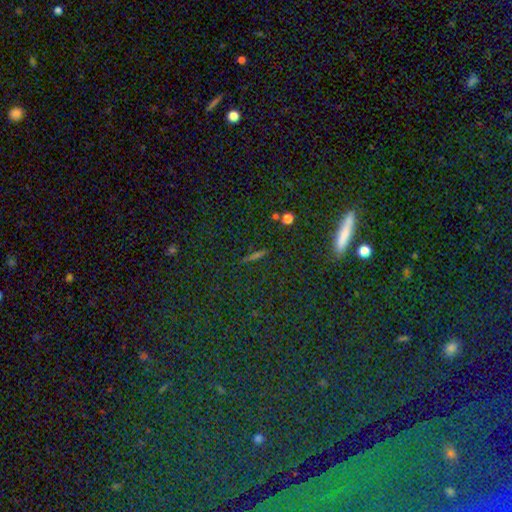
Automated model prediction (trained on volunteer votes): Q: Smooth or featured?
A: star or artifact (45%); runner-up: smooth (36%)